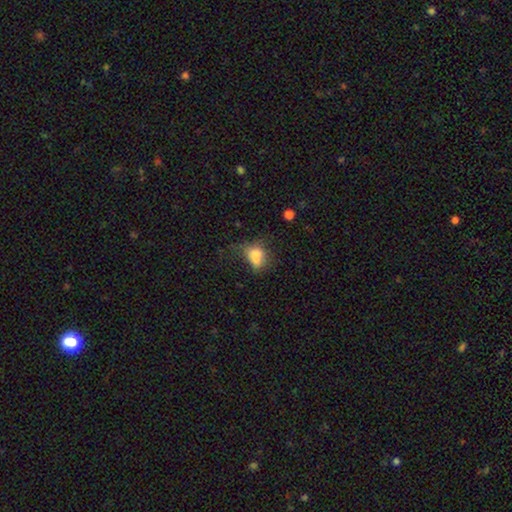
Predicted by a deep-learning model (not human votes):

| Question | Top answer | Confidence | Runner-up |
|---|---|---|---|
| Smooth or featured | smooth | 74% | featured or disk (14%) |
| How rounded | in between | 72% | round (26%) |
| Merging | major disturbance | 34% | none (31%) |